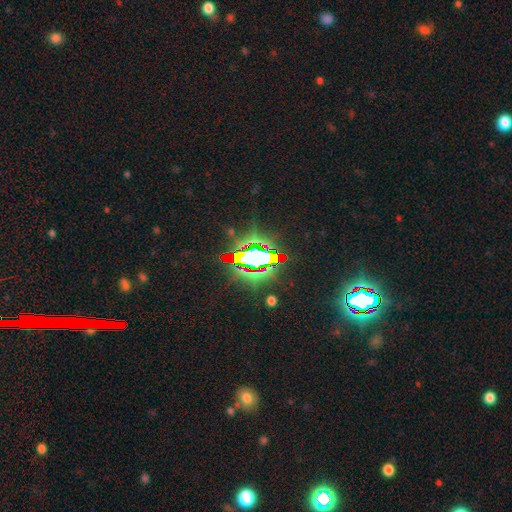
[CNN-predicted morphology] This is likely a star or artifact rather than a galaxy (72%).